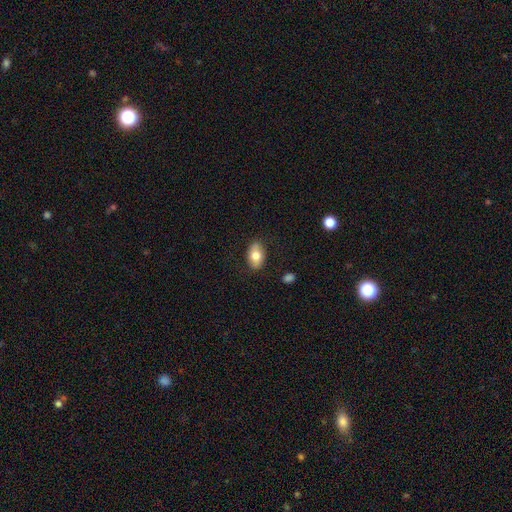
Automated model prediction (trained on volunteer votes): smooth_or_featured: smooth (p=0.75) [alt: featured or disk p=0.18]
how_rounded: in between (p=0.89) [alt: round p=0.09]
merging: none (p=0.84) [alt: minor disturbance p=0.12]